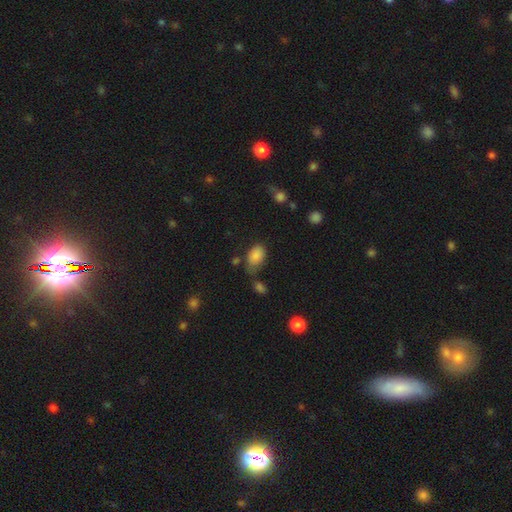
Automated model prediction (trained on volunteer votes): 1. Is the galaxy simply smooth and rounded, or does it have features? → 86% smooth, 9% star or artifact, 5% featured or disk.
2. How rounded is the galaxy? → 89% in between, 10% round, 1% cigar-shaped.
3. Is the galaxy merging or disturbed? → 54% none, 28% minor disturbance, 10% major disturbance, 8% merger.